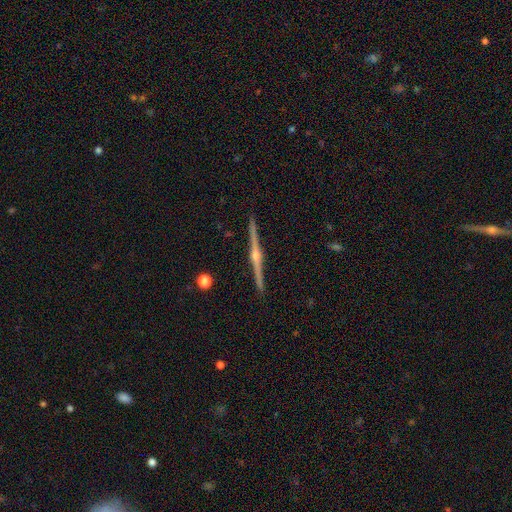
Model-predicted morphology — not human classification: This is clearly a featured or disk galaxy (85%). It is clearly viewed edge-on (98%). Edge-on bulge: clearly rounded (87%). Merging: clearly none (90%).